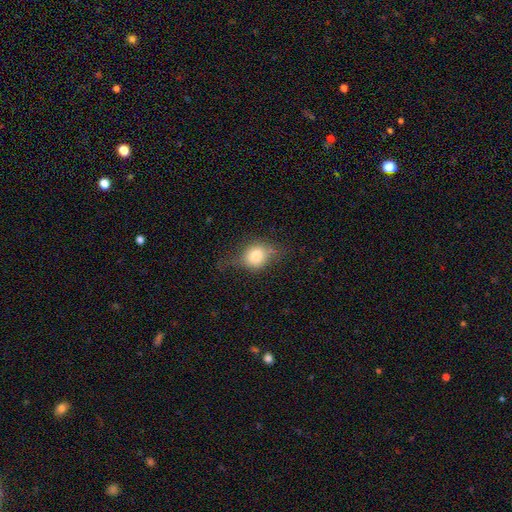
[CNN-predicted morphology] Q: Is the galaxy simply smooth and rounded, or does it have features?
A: smooth — 68%.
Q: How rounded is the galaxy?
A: round — 62%.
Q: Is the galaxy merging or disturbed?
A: none — 53%.